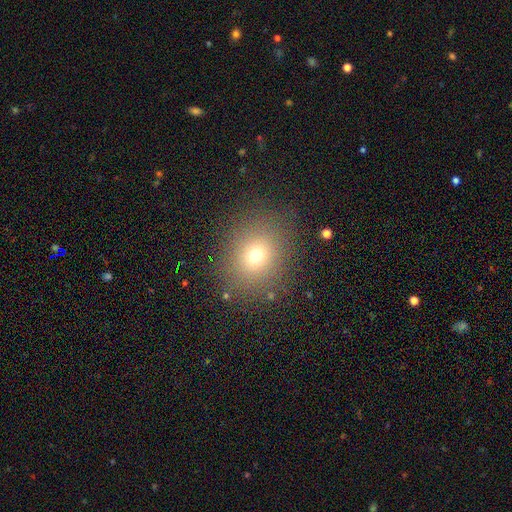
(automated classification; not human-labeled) Smooth or featured: smooth — 69% (star or artifact — 20%)
How rounded: round — 70% (in between — 29%)
Merging: none — 85% (minor disturbance — 9%)